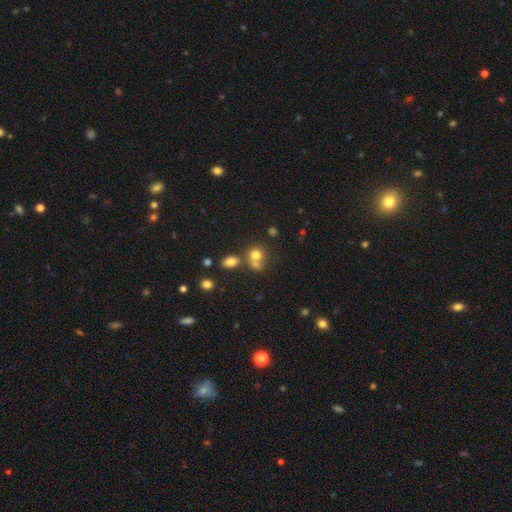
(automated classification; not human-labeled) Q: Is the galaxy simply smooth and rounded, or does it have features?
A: smooth — 75%.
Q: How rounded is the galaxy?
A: round — 72%.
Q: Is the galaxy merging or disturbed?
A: none — 44%.